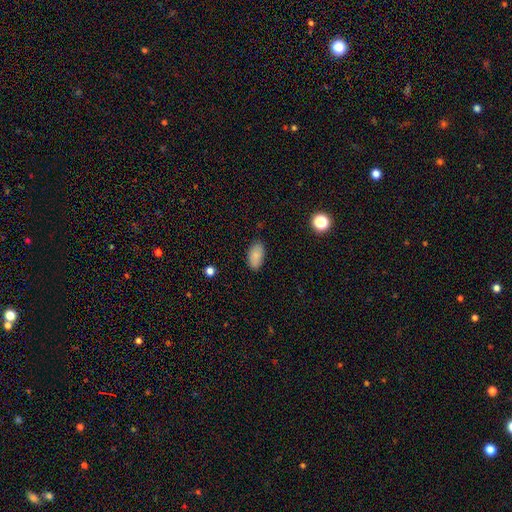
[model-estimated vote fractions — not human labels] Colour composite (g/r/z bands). It shows a smooth galaxy with no disk features (85%) that is in between round and cigar-shaped (94%). Merging: none (85%).